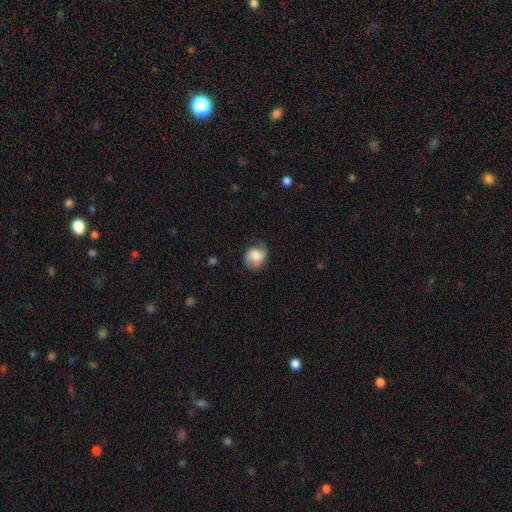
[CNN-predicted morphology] The model was most divided on "smooth or featured": featured or disk: 51%, smooth: 41%, star or artifact: 9%. More confident: edge-on disk — no (97%); merging — none (66%).